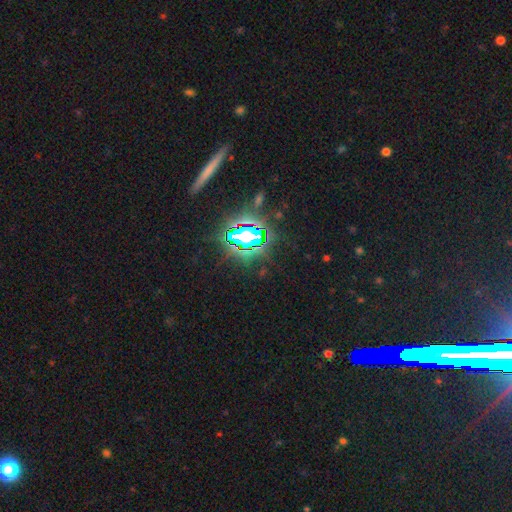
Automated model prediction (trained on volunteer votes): Smooth or featured? Predicted: star or artifact (p=0.76).